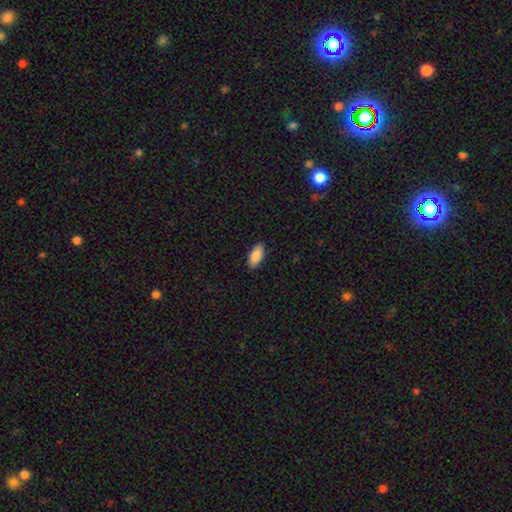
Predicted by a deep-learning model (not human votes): The model was most divided on "merging": none: 89%, minor disturbance: 8%, major disturbance: 2%, merger: 1%. More confident: how rounded — in between (92%); smooth or featured — smooth (89%).